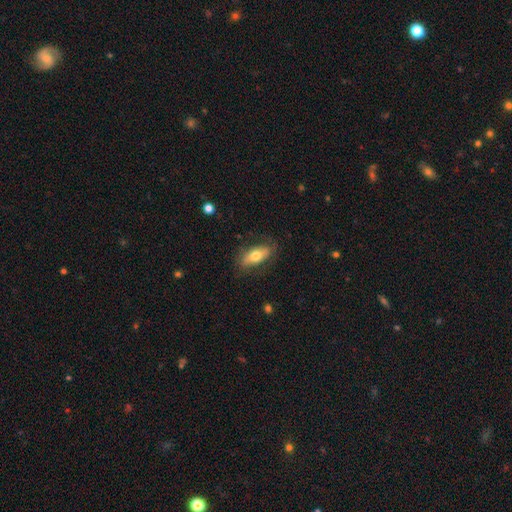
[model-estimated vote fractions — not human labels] Smooth or featured? Predicted: smooth (p=0.64). How rounded? Predicted: in between (p=0.78). Merging? Predicted: none (p=0.79).